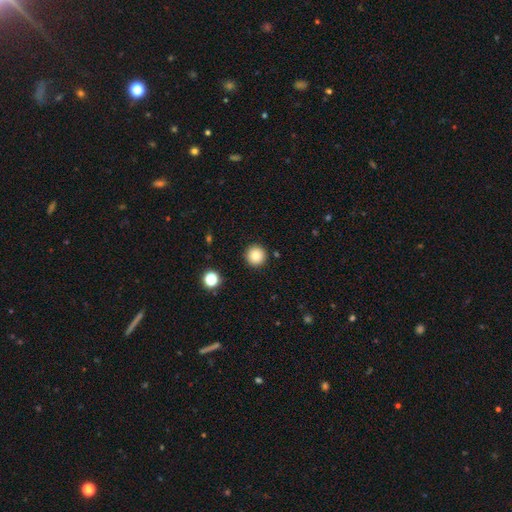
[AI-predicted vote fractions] Smooth or featured: smooth — 84% (star or artifact — 10%)
How rounded: round — 96% (in between — 3%)
Merging: none — 92% (minor disturbance — 5%)